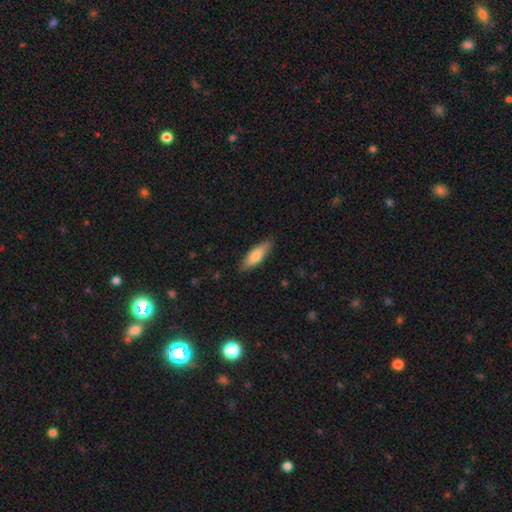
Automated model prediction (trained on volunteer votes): smooth-or-featured: smooth: 79% | featured or disk: 16% | star or artifact: 6%
  how-rounded: in between: 51% | cigar-shaped: 47% | round: 2%
  merging: none: 85% | minor disturbance: 12% | major disturbance: 2% | merger: 1%